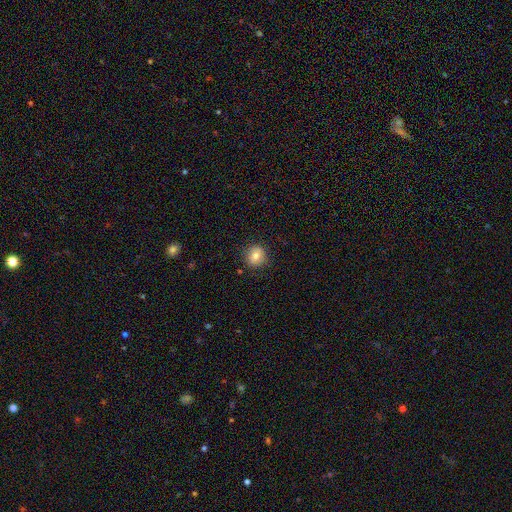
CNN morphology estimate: A smooth galaxy with no disk features (76%) that is round (90%). Merging: none (86%).